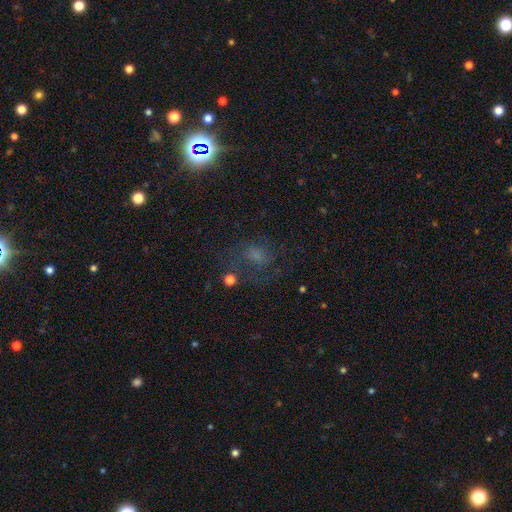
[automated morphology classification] Smooth or featured? Predicted: smooth (p=0.38). Merging? Predicted: none (p=0.51).